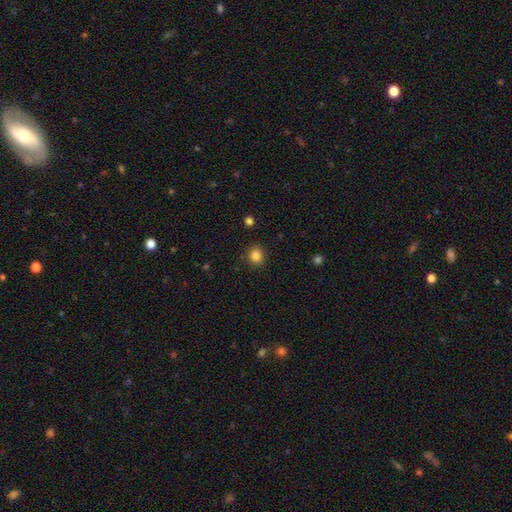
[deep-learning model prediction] Overall: smooth (84%). How rounded: round (86%). Merging: none (91%).